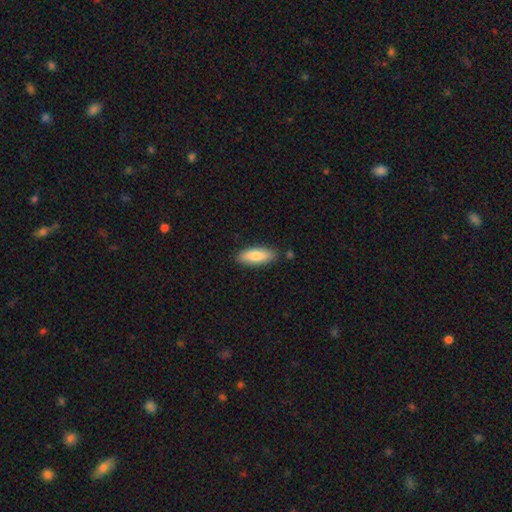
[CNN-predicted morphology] A smooth galaxy with no disk features (81%) that is in between round and cigar-shaped (69%). Merging: none (84%).